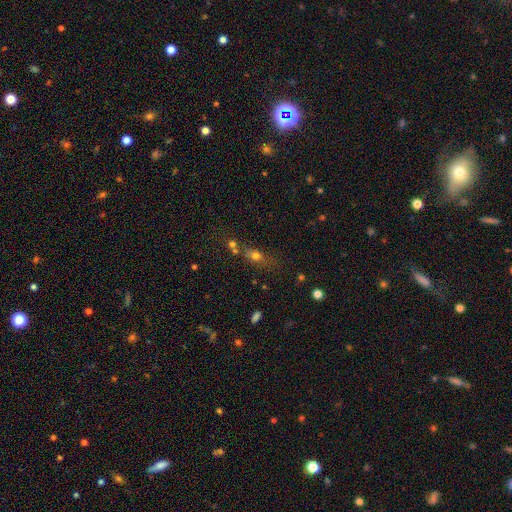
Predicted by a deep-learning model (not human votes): smooth-or-featured: smooth: 68% | featured or disk: 16% | star or artifact: 16%
  how-rounded: in between: 57% | round: 28% | cigar-shaped: 15%
  merging: none: 50% | merger: 21% | minor disturbance: 19% | major disturbance: 10%